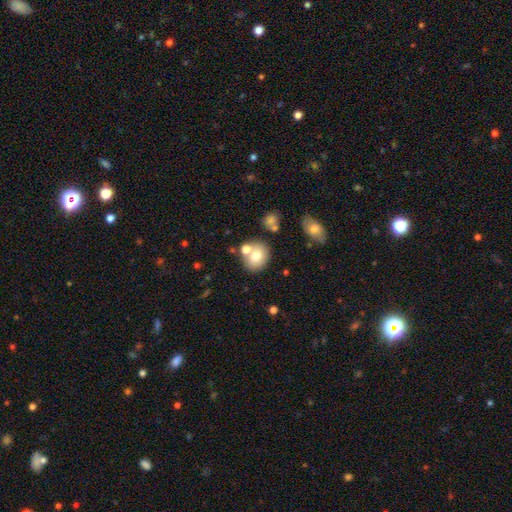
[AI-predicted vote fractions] Smooth or featured? smooth (72%)
How rounded? round (71%)
Merging? none (61%)